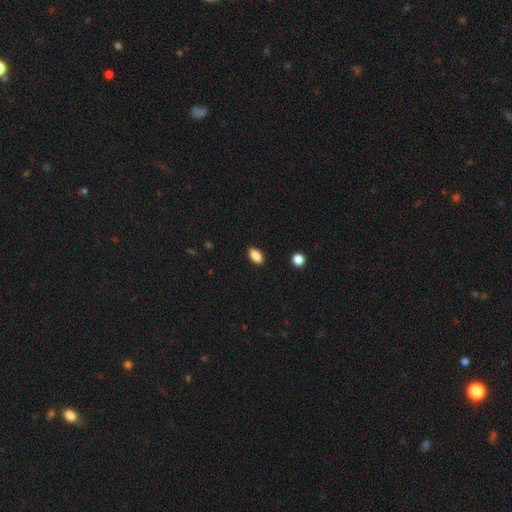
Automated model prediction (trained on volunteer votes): Morphology: type=smooth (87%); roundness=in between (91%); merging=none (90%).